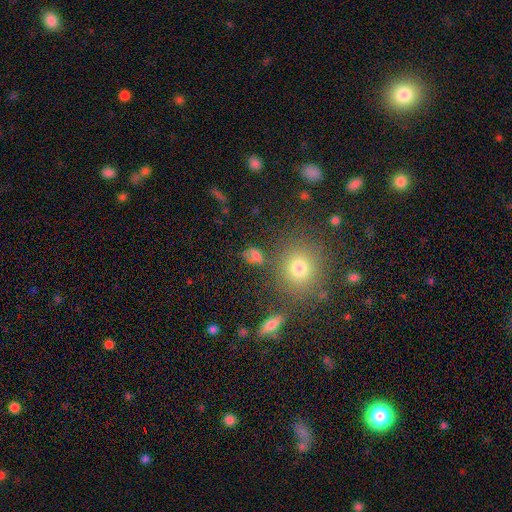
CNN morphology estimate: Smooth or featured? Predicted: smooth (p=0.63). How rounded? Predicted: in between (p=0.61). Merging? Predicted: none (p=0.62).